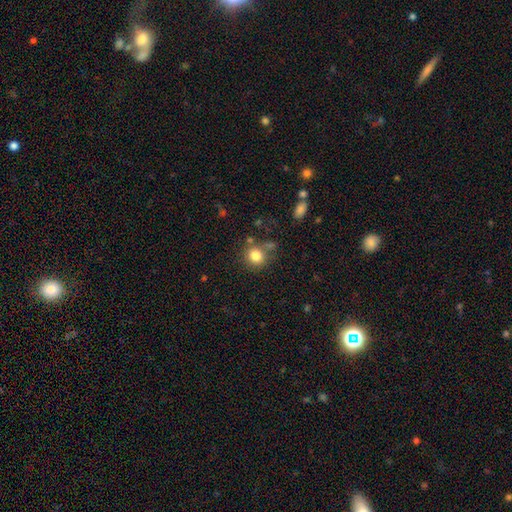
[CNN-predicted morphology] This appears to be a smooth galaxy with no disk features (83%) that is round (82%). Merging: none (71%).